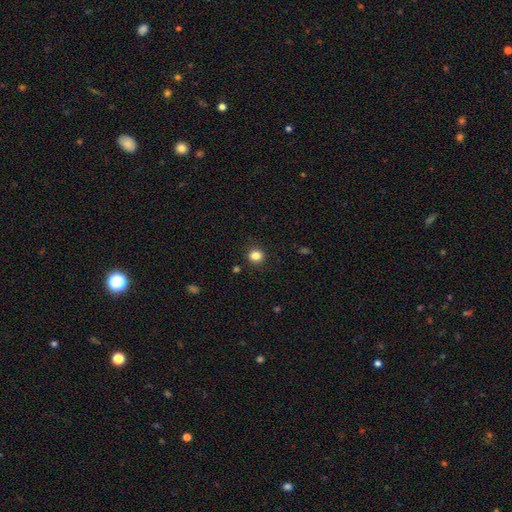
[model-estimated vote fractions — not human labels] Overall: smooth (84%). How rounded: round (82%). Merging: none (89%).